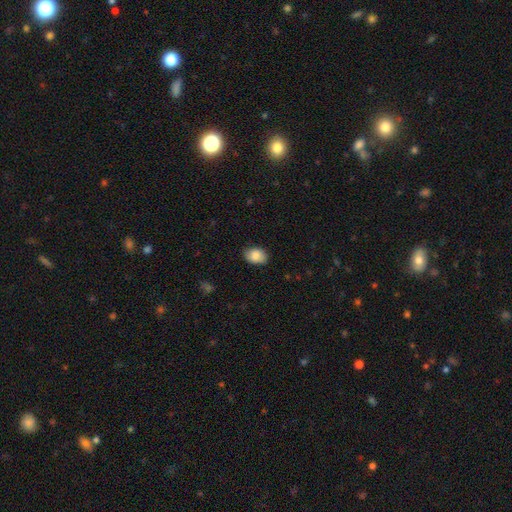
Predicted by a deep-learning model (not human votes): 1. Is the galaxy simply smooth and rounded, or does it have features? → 86% smooth, 7% featured or disk, 7% star or artifact.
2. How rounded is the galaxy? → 80% in between, 19% round, 1% cigar-shaped.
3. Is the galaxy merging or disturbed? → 81% none, 15% minor disturbance, 3% major disturbance, 1% merger.